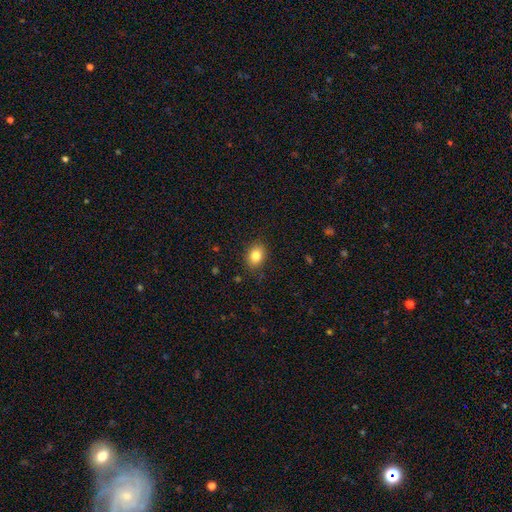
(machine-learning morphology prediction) Overall: smooth (83%). How rounded: in between (67%; round 32%). Merging: none (86%).